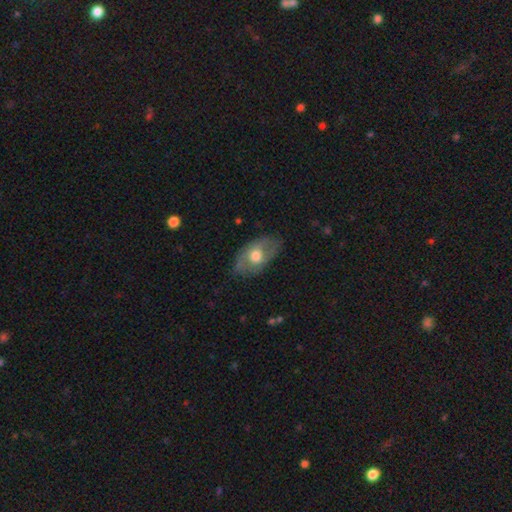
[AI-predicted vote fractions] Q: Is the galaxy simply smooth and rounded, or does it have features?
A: smooth — 53%.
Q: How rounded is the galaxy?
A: in between — 90%.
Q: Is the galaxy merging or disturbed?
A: none — 70%.